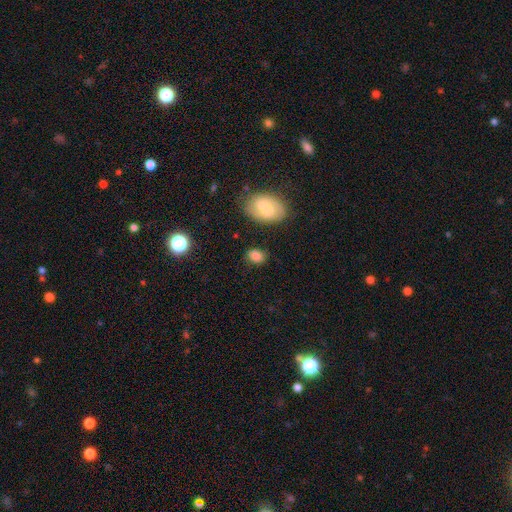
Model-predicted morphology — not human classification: smooth 79%, featured or disk 11%, star or artifact 10%. Down the decision tree: how rounded — in between (69%); merging — none (75%).